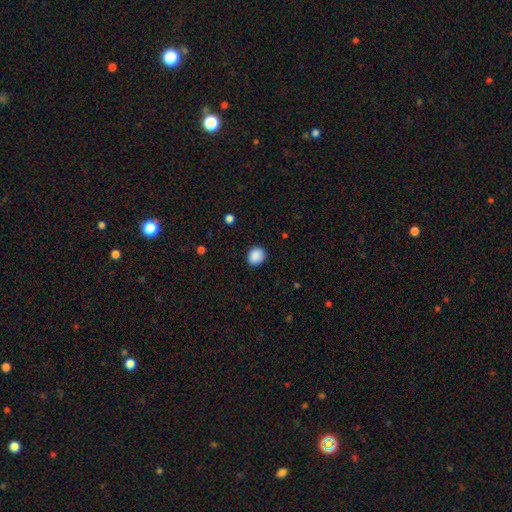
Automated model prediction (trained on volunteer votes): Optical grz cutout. It shows a smooth galaxy with no disk features (89%) that is round (77%). Merging: none (88%).